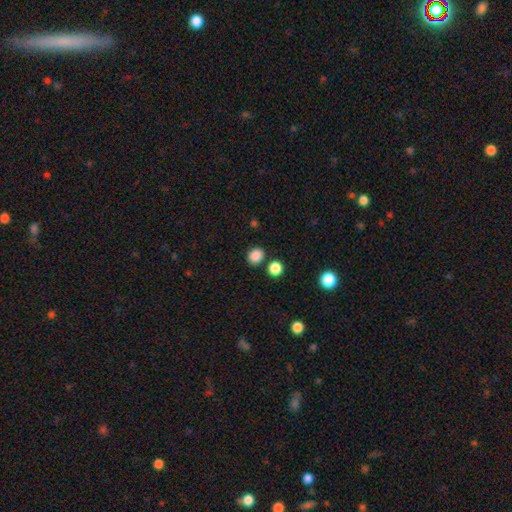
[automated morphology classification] This appears to be a smooth galaxy with no disk features (86%) that is round (67%). Merging: none (82%).